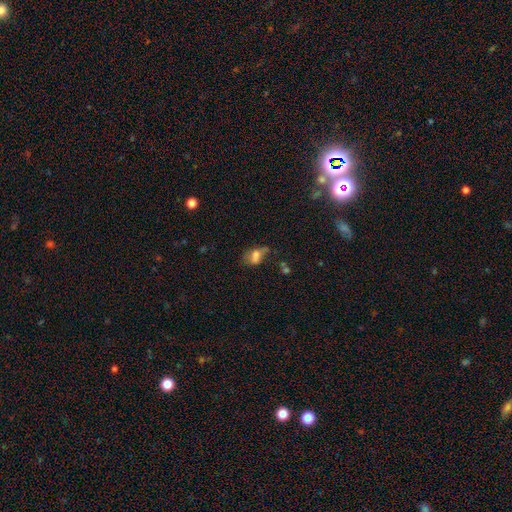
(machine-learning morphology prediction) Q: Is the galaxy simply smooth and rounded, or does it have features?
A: smooth — 58%.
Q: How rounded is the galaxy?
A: in between — 76%.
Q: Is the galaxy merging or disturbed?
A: major disturbance — 30%.